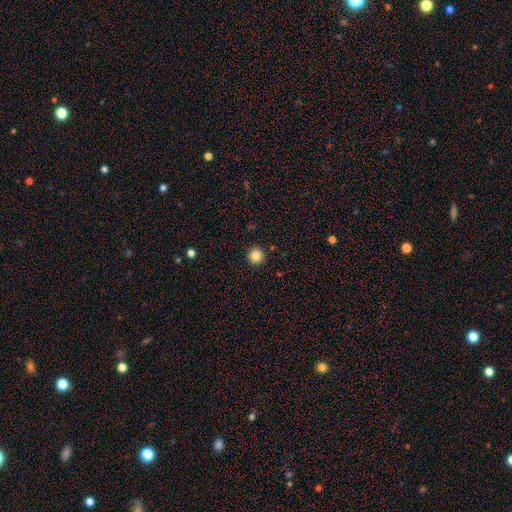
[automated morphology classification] Overall: smooth (84%). How rounded: round (95%). Merging: none (92%).